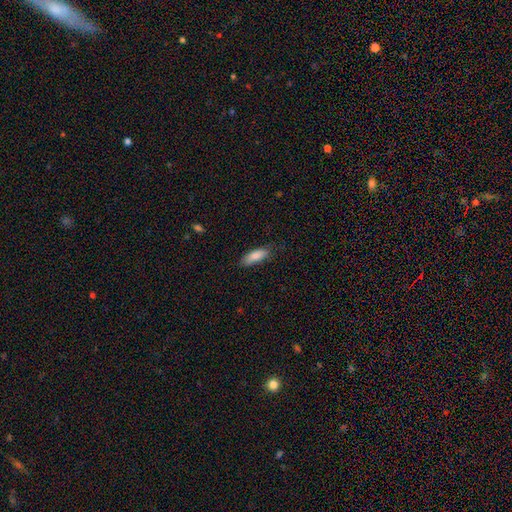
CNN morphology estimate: Smooth or featured? smooth (85%)
How rounded? in between (64%)
Merging? none (76%)